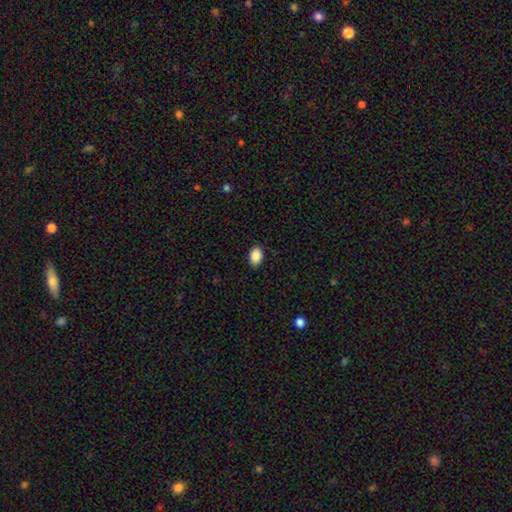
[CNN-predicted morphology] A smooth galaxy with no disk features (89%) that is in between round and cigar-shaped (83%).

Vote fractions:
- Smooth or featured? smooth: 89% / star or artifact: 8% / featured or disk: 4%
- How rounded? in between: 83% / round: 16% / cigar-shaped: 1%
- Merging? none: 88% / minor disturbance: 9% / major disturbance: 2% / merger: 1%